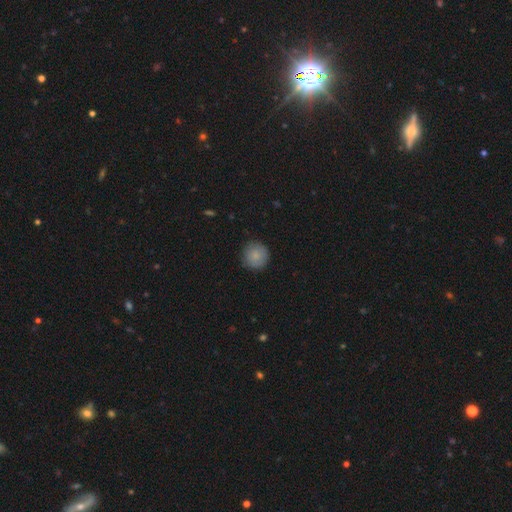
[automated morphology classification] This appears to be a smooth galaxy with no disk features (85%) that is round (95%). Merging: none (87%).